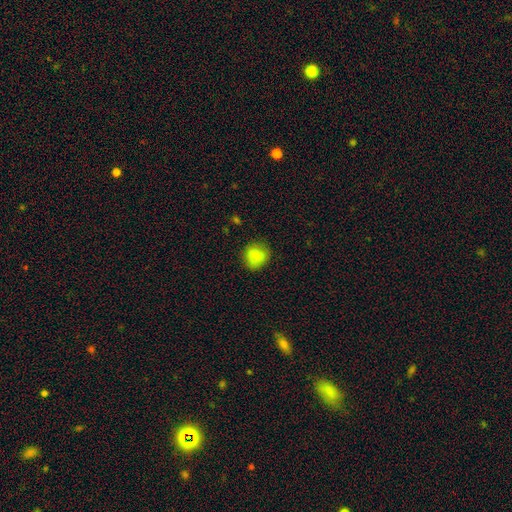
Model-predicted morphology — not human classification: Smooth or featured: smooth — 81% (star or artifact — 10%)
How rounded: round — 56% (in between — 42%)
Merging: none — 72% (minor disturbance — 20%)